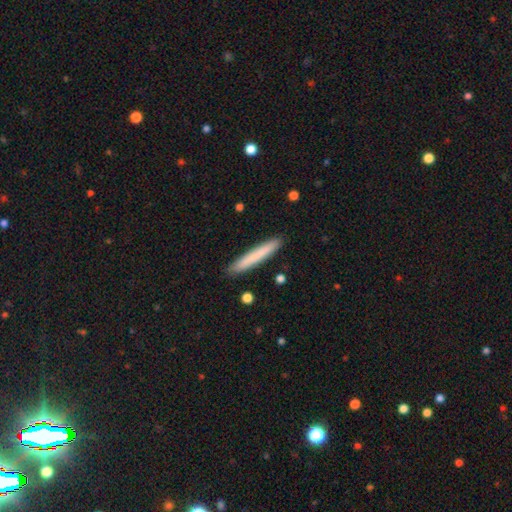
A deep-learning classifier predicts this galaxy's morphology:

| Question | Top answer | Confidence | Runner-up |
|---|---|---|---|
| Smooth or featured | smooth | 77% | featured or disk (17%) |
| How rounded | cigar-shaped | 96% | in between (3%) |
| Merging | none | 91% | minor disturbance (7%) |